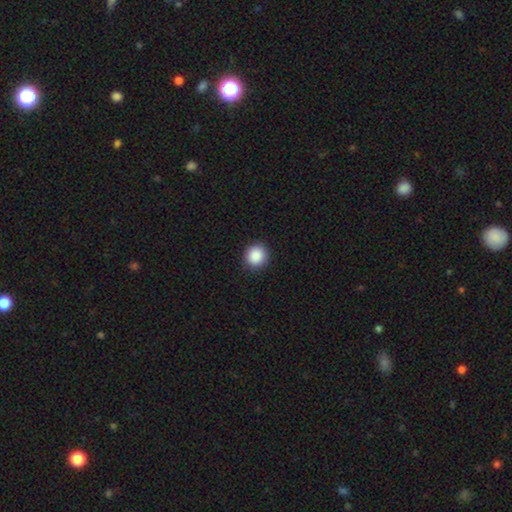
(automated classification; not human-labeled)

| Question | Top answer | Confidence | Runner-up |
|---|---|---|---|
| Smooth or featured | smooth | 89% | star or artifact (8%) |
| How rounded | round | 92% | in between (7%) |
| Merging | none | 92% | minor disturbance (6%) |